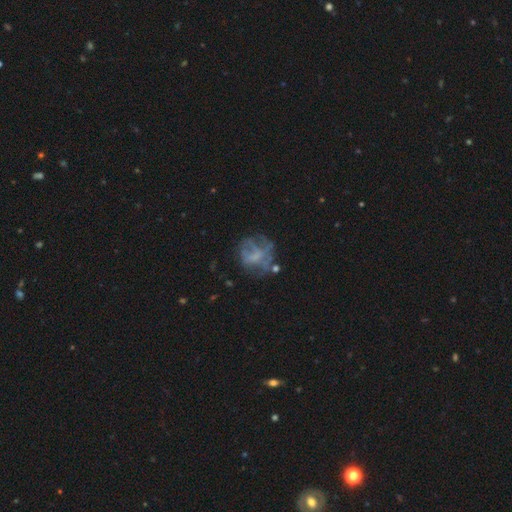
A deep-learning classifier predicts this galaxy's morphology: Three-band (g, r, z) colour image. It shows a featured or disk galaxy (54%) with no bar (73%), no spiral arms (71%) and no central bulge (58%). Merging: none (49%).